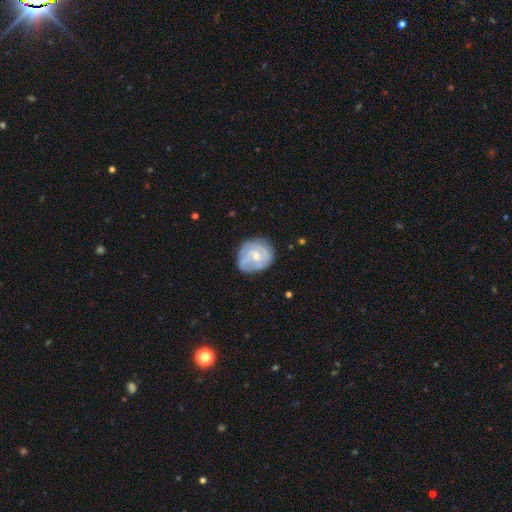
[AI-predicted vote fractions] Smooth or featured: featured or disk — 71% (smooth — 24%)
Edge-on disk: no — 98% (yes — 2%)
Bar: no — 64% (weak — 31%)
Spiral arms: yes — 86% (no — 14%)
Spiral winding: tight — 60% (medium — 31%)
Spiral arm count: can't tell — 33% (2 — 31%)
Bulge size: small — 50% (moderate — 46%)
Merging: none — 71% (minor disturbance — 21%)